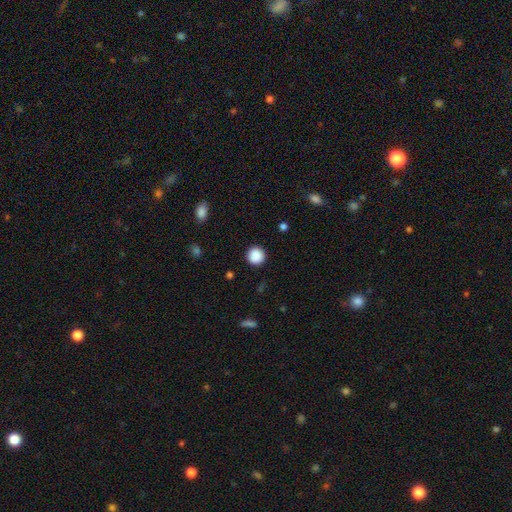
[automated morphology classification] A smooth galaxy with no disk features (88%) that is round (95%). Merging: none (91%).